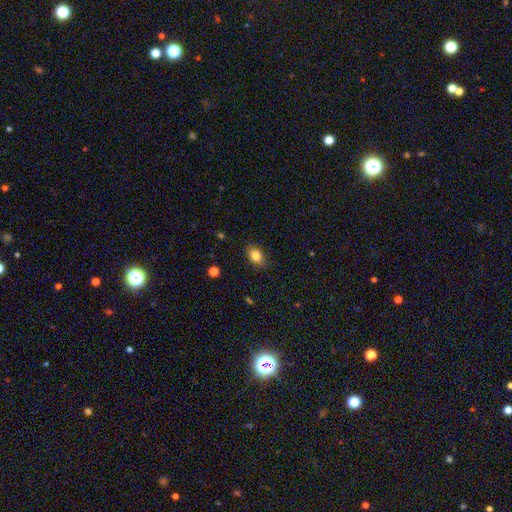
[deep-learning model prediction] Smooth or featured? smooth (83%)
How rounded? in between (79%)
Merging? none (86%)